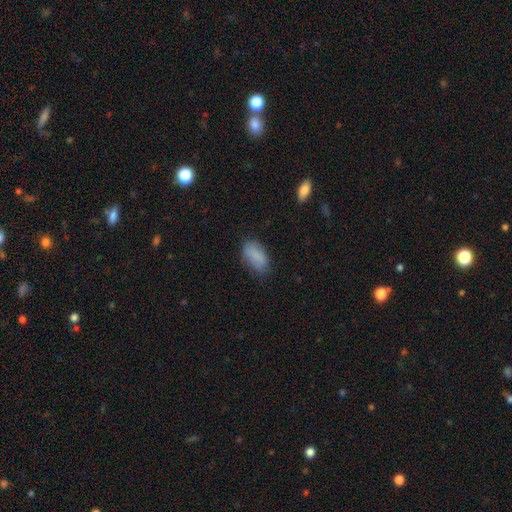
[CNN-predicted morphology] type=smooth (85%); roundness=in between (92%); merging=none (71%).